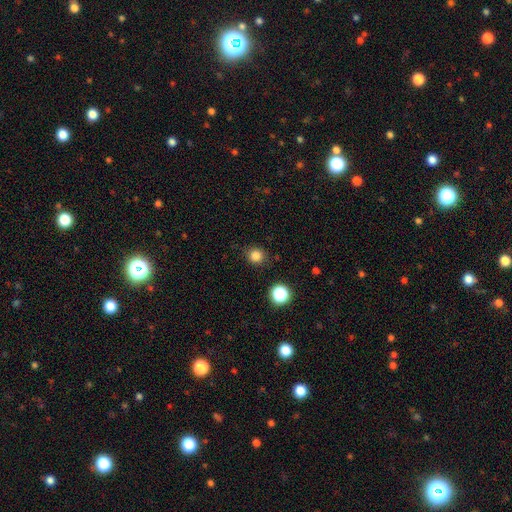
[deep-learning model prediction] Smooth or featured? Predicted: smooth (p=0.83). How rounded? Predicted: round (p=0.89). Merging? Predicted: none (p=0.86).